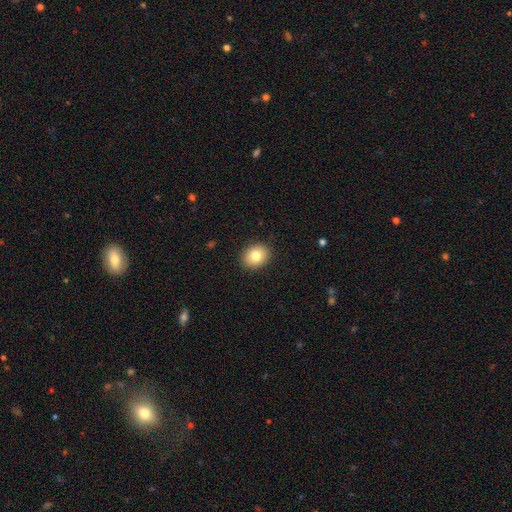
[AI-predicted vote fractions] A smooth galaxy with no disk features (82%) that is round (57%).

Vote fractions:
- Smooth or featured? smooth: 82% / featured or disk: 9% / star or artifact: 9%
- How rounded? round: 57% / in between: 42% / cigar-shaped: 1%
- Merging? none: 90% / minor disturbance: 7% / major disturbance: 2% / merger: 1%